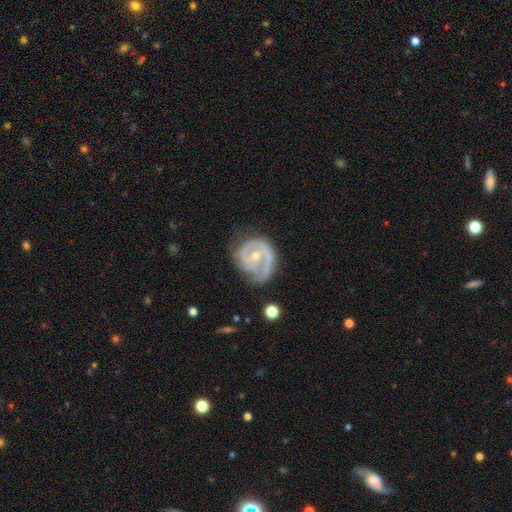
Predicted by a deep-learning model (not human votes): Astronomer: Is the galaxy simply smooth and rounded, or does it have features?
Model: featured or disk — 84%.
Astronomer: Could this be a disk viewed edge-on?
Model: no — 98%.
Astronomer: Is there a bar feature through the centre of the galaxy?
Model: no — 57% (runner-up: weak, 33%).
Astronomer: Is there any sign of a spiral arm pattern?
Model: yes — 91%.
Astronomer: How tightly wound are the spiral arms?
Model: tight — 49% (runner-up: medium, 38%).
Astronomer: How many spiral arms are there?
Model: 2 — 51% (runner-up: 1, 27%).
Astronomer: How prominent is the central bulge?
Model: small — 51% (runner-up: moderate, 46%).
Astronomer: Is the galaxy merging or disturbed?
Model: none — 53%.